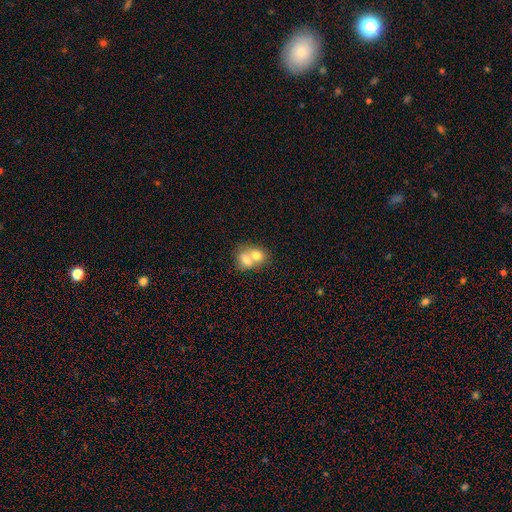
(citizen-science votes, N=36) Q: Smooth or featured?
A: smooth (78%); runner-up: featured or disk (19%)
Q: How rounded?
A: round (57%); runner-up: in between (43%)
Q: Merging?
A: merger (77%); runner-up: minor disturbance (9%)